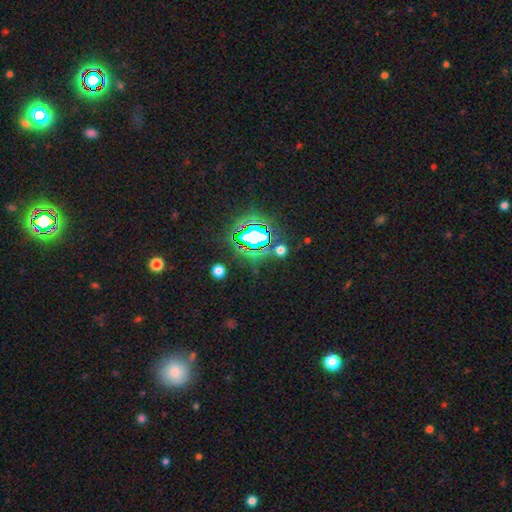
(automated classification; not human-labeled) Smooth or featured: star or artifact — 81% (smooth — 11%)